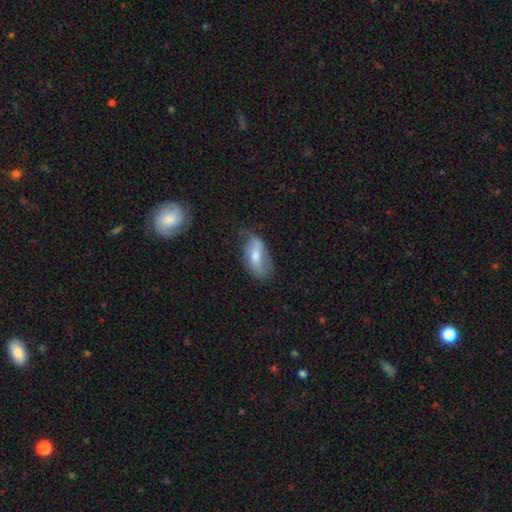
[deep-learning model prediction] This appears to be a smooth galaxy with no disk features (56%) that is in between round and cigar-shaped (90%). Merging: none (50%).